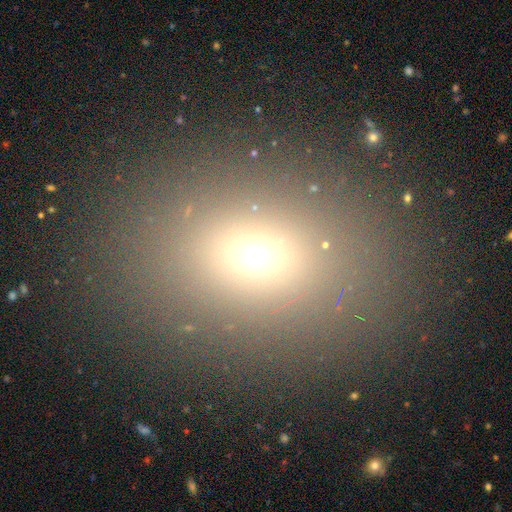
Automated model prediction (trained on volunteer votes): Smooth or featured?
  - smooth: 66% *
  - star or artifact: 23%
  - featured or disk: 11%
How rounded?
  - in between: 58% *
  - round: 41%
  - cigar-shaped: 2%
Merging?
  - none: 86% *
  - minor disturbance: 8%
  - major disturbance: 5%
  - merger: 2%